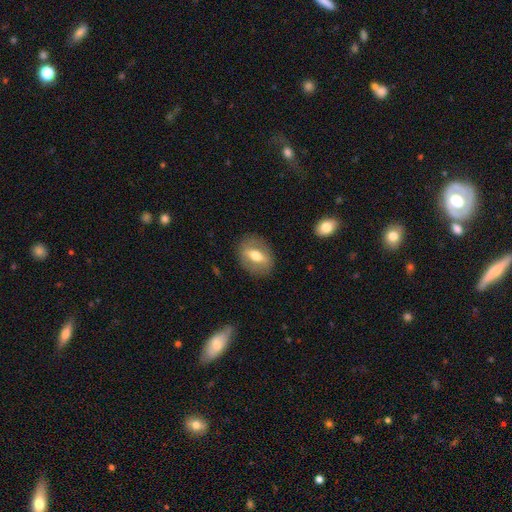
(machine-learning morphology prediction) Smooth or featured? Predicted: smooth (p=0.48). Merging? Predicted: none (p=0.83).